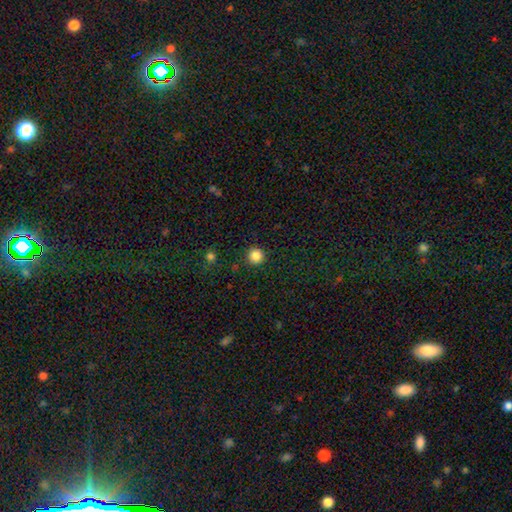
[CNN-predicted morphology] Smooth or featured?
  - smooth: 86% *
  - star or artifact: 11%
  - featured or disk: 3%
How rounded?
  - round: 95% *
  - in between: 4%
  - cigar-shaped: 1%
Merging?
  - none: 91% *
  - minor disturbance: 5%
  - major disturbance: 2%
  - merger: 1%